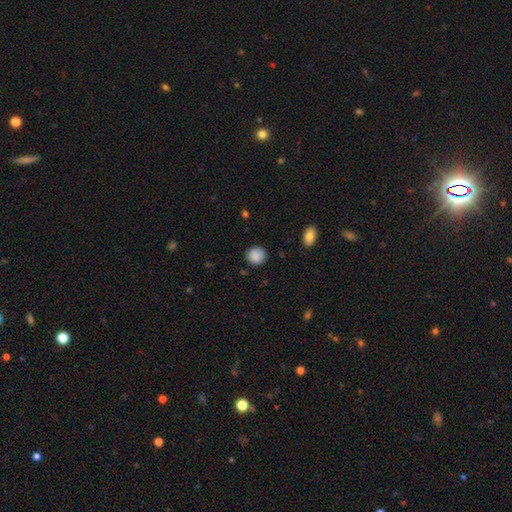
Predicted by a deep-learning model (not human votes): Smooth or featured?
  - smooth: 88% *
  - star or artifact: 8%
  - featured or disk: 4%
How rounded?
  - round: 88% *
  - in between: 12%
  - cigar-shaped: 1%
Merging?
  - none: 88% *
  - minor disturbance: 9%
  - major disturbance: 2%
  - merger: 1%